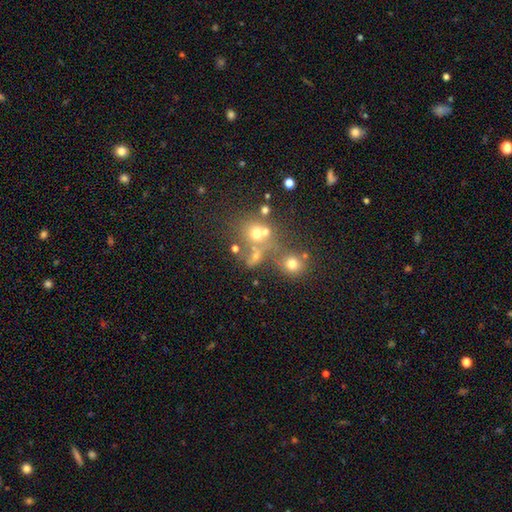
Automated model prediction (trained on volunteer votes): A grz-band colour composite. It shows a smooth galaxy with no disk features (58%) that is round (67%). Merging: none (43%).